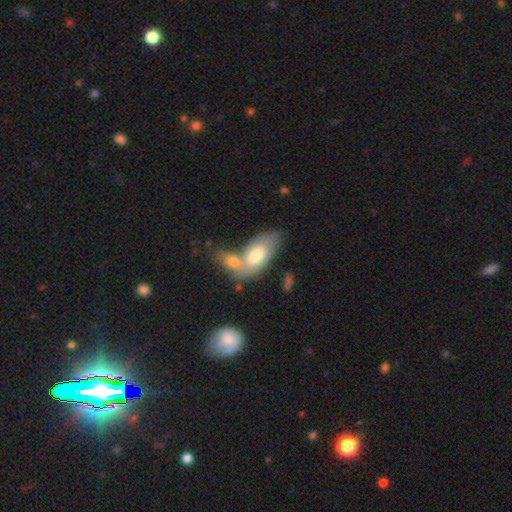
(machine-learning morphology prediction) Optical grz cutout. It shows a smooth galaxy with no disk features (69%) that is in between round and cigar-shaped (90%). Merging: merger (48%).